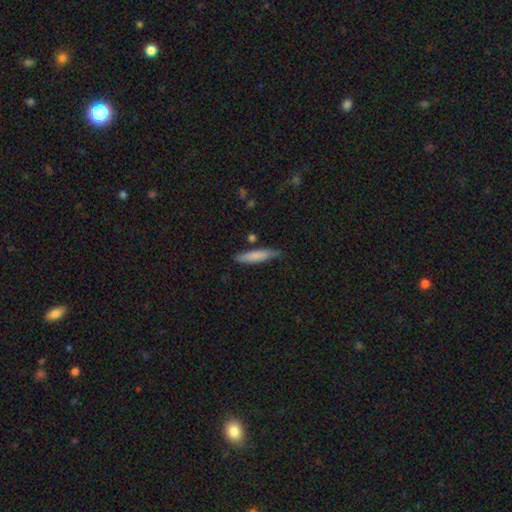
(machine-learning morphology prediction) The model was most divided on "smooth or featured": smooth: 75%, featured or disk: 19%, star or artifact: 6%. More confident: how rounded — cigar-shaped (87%); merging — none (77%).